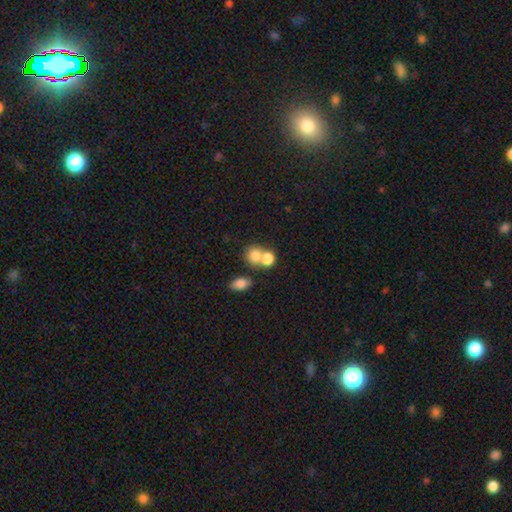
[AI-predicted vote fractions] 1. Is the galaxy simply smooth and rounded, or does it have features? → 79% smooth, 11% star or artifact, 10% featured or disk.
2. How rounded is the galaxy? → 67% round, 31% in between, 1% cigar-shaped.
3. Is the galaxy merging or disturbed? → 50% merger, 38% none, 8% minor disturbance, 4% major disturbance.